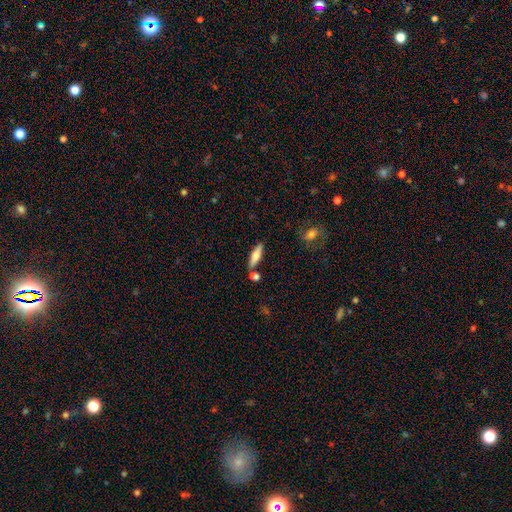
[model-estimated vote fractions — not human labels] The model was most divided on "smooth or featured": smooth: 62%, featured or disk: 31%, star or artifact: 6%. More confident: merging — none (75%); how rounded — cigar-shaped (67%).